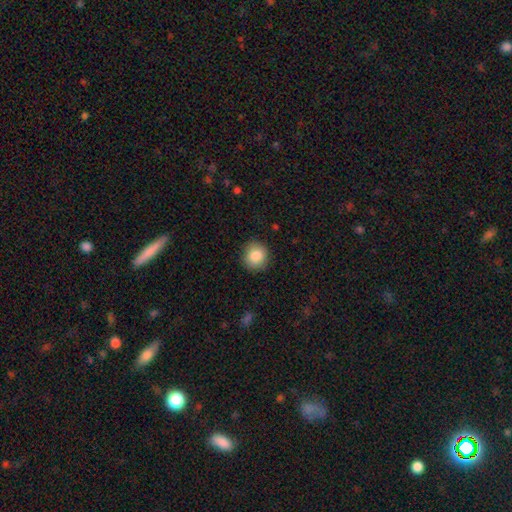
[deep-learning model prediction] Smooth or featured?
  - smooth: 87% *
  - star or artifact: 8%
  - featured or disk: 5%
How rounded?
  - round: 88% *
  - in between: 11%
  - cigar-shaped: 1%
Merging?
  - none: 88% *
  - minor disturbance: 9%
  - major disturbance: 2%
  - merger: 1%